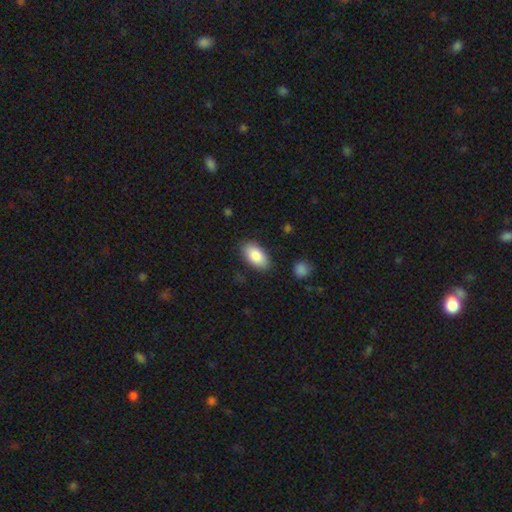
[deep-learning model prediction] A smooth galaxy with no disk features (86%) that is in between round and cigar-shaped (94%). Merging: none (85%).